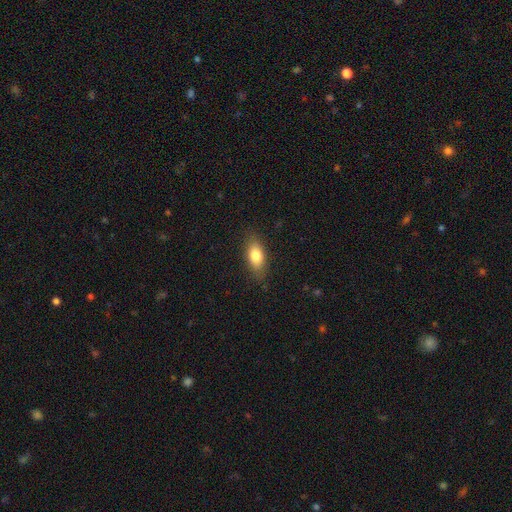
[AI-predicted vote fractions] Smooth or featured: smooth — 79% (featured or disk — 13%)
How rounded: in between — 83% (cigar-shaped — 12%)
Merging: none — 83% (minor disturbance — 13%)